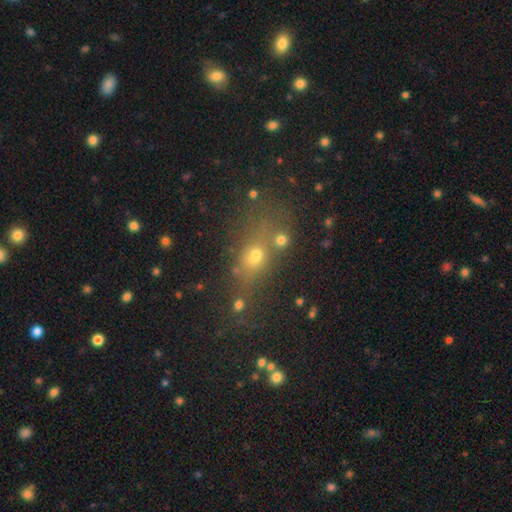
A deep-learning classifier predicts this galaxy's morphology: A smooth galaxy with no disk features (51%) that is in between round and cigar-shaped (45%). Merging: none (61%).